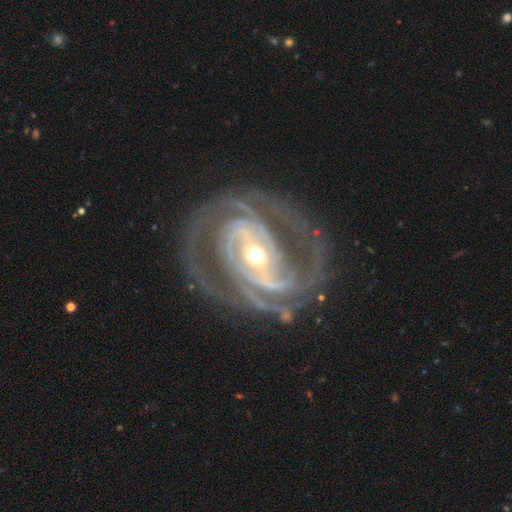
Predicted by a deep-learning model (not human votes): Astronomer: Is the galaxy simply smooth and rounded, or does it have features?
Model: featured or disk — 92%.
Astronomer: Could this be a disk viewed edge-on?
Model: no — 97%.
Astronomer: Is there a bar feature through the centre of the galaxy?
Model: strong — 47% (runner-up: weak, 31%).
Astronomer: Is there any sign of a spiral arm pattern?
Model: yes — 98%.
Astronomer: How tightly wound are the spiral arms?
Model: tight — 62%.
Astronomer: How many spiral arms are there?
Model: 2 — 38% (runner-up: 3, 32%).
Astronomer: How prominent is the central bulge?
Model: moderate — 56% (runner-up: small, 38%).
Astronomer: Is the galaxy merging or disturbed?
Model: none — 74%.